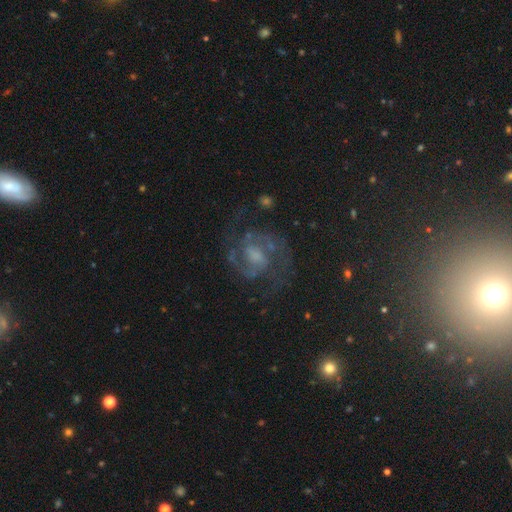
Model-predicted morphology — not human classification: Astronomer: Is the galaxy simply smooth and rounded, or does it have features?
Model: featured or disk — 83%.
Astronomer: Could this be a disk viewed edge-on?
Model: no — 98%.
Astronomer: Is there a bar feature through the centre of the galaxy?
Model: weak — 52% (runner-up: no, 34%).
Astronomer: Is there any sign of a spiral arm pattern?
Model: yes — 96%.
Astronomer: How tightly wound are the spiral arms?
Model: medium — 58%.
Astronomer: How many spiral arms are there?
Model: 2 — 85%.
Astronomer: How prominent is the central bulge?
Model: moderate — 38% (runner-up: small, 29%).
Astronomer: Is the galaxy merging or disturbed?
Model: none — 72%.